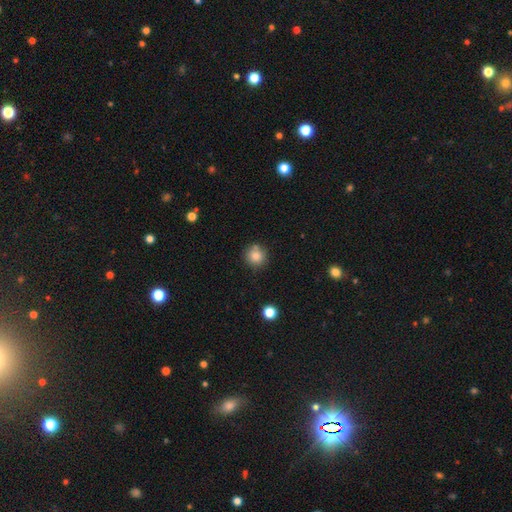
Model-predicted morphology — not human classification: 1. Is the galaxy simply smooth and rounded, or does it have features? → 84% smooth, 10% star or artifact, 6% featured or disk.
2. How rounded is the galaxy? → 92% round, 8% in between, 1% cigar-shaped.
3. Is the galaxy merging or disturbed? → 78% none, 12% minor disturbance, 7% merger, 3% major disturbance.